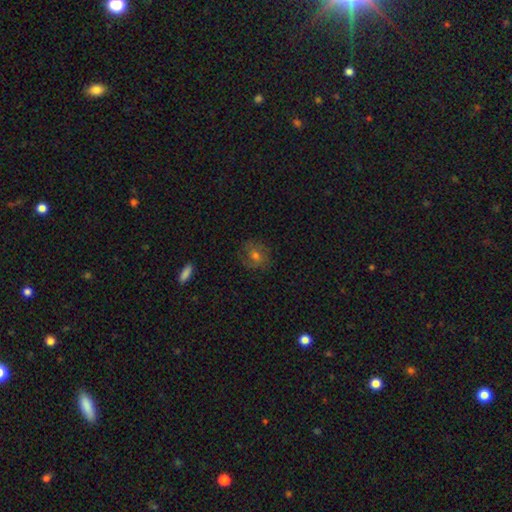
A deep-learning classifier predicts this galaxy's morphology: smooth_or_featured: featured or disk (p=0.46) [alt: smooth p=0.38]
merging: none (p=0.78) [alt: minor disturbance p=0.15]